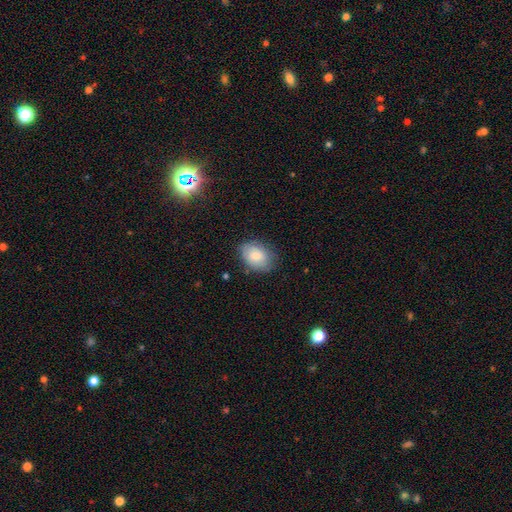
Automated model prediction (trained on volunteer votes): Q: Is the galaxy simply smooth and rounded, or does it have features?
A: smooth — 81%.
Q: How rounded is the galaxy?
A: in between — 78%.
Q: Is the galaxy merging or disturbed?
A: none — 78%.